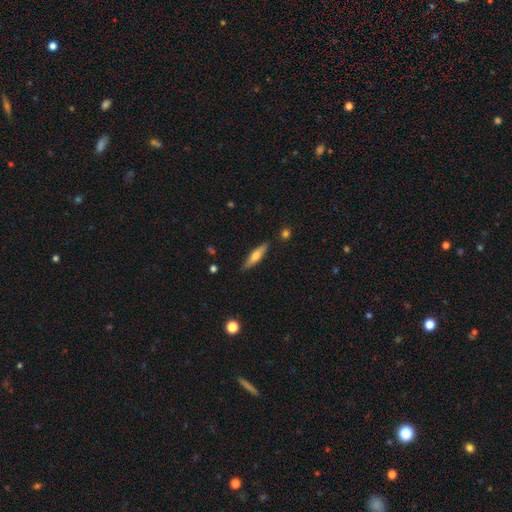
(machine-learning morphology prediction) A smooth galaxy with no disk features (53%) that is cigar-shaped (75%). Merging: none (87%).